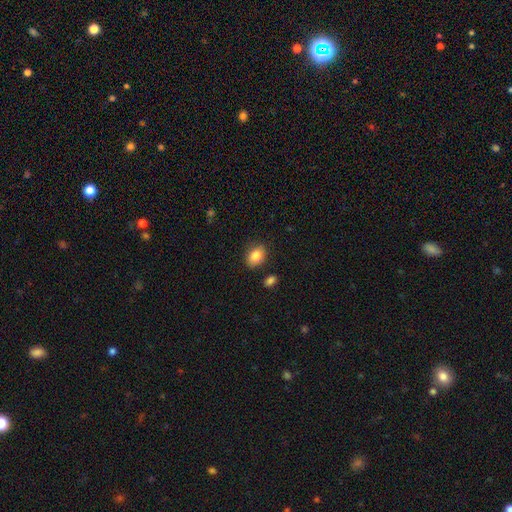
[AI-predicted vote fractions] The model was most divided on "how rounded": in between: 76%, round: 23%, cigar-shaped: 1%. More confident: smooth or featured — smooth (86%); merging — none (83%).